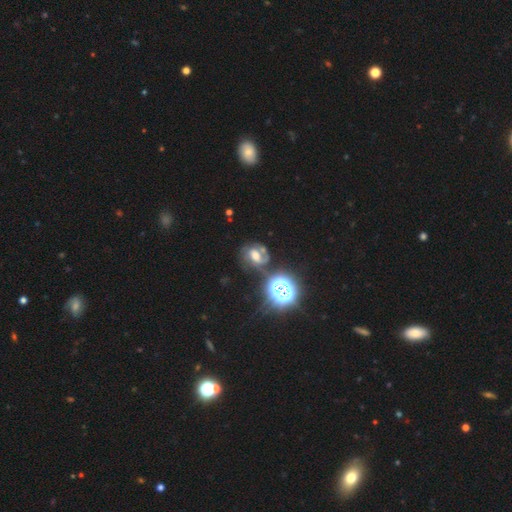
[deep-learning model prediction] The model was most divided on "bar": no: 44%, weak: 39%, strong: 17%. Remaining: edge-on disk — no (97%); spiral arms — yes (83%); smooth or featured — featured or disk (63%); spiral arm count — 2 (55%); bulge size — moderate (50%); spiral winding — medium (45%); merging — none (43%).